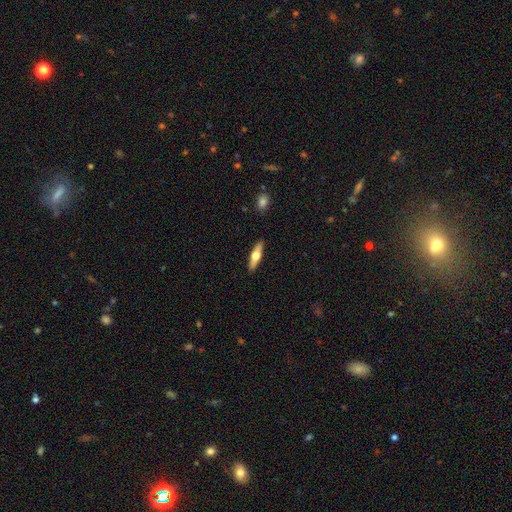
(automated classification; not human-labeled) Smooth or featured?
  - featured or disk: 50% *
  - smooth: 45%
  - star or artifact: 6%
Merging?
  - none: 90% *
  - minor disturbance: 7%
  - major disturbance: 2%
  - merger: 1%